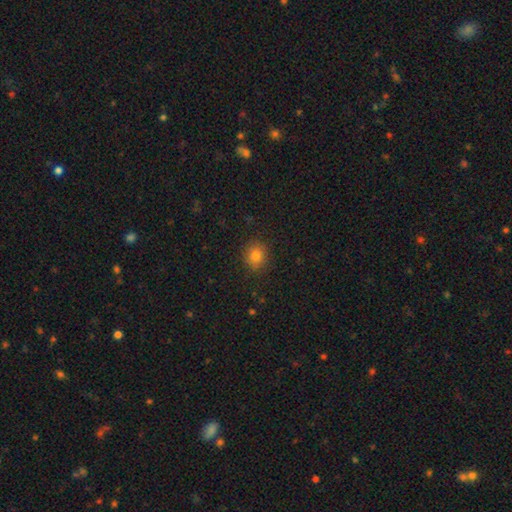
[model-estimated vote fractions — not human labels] Smooth or featured: smooth — 82% (star or artifact — 13%)
How rounded: round — 80% (in between — 19%)
Merging: none — 88% (minor disturbance — 9%)